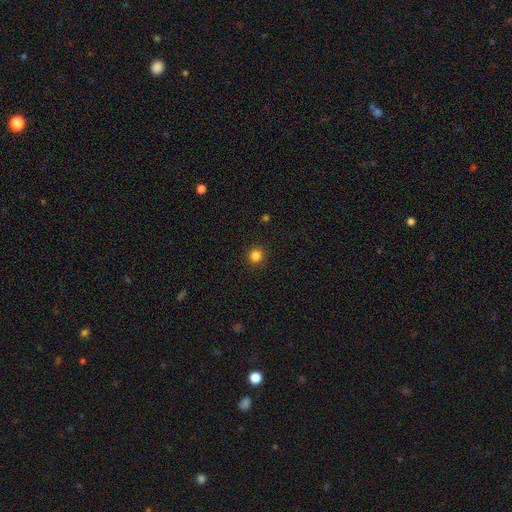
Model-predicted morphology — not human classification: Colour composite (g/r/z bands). It shows a smooth galaxy with no disk features (84%) that is round (94%). Merging: none (92%).